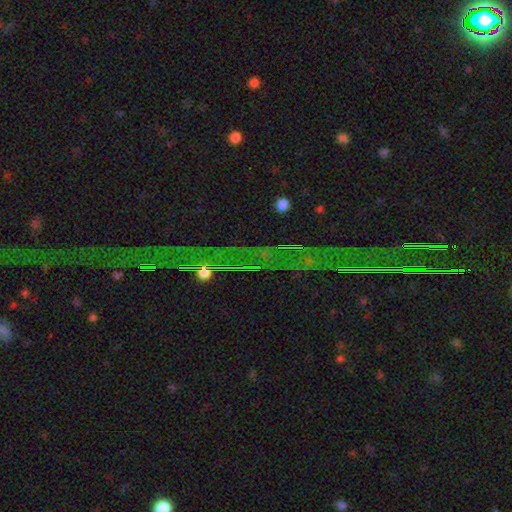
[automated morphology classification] Smooth or featured? Predicted: star or artifact (p=0.79).